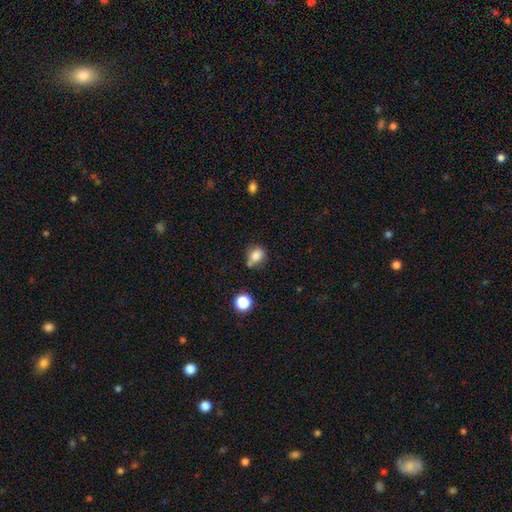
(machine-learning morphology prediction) Smooth or featured? Predicted: smooth (p=0.80). How rounded? Predicted: round (p=0.51). Merging? Predicted: none (p=0.52).